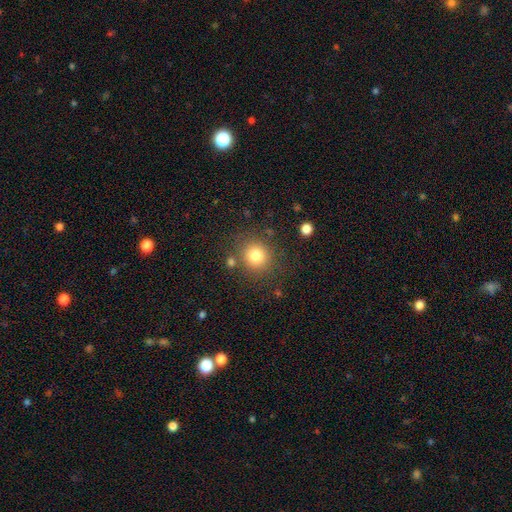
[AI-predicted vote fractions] smooth 80%, star or artifact 12%, featured or disk 8%. Down the decision tree: how rounded — round (86%); merging — none (81%).